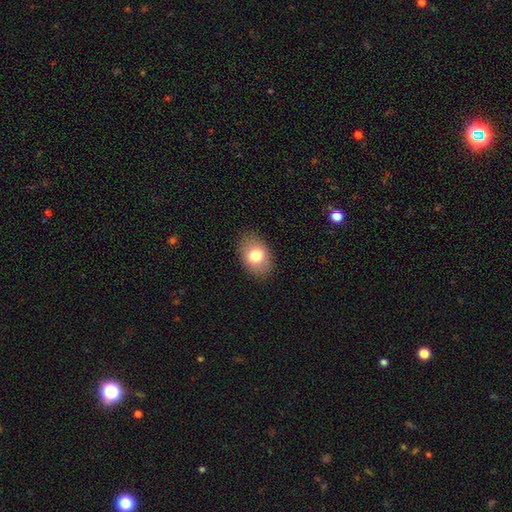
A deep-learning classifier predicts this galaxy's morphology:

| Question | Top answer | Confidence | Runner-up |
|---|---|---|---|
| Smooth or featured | smooth | 76% | featured or disk (15%) |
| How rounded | in between | 76% | round (23%) |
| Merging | none | 86% | minor disturbance (10%) |